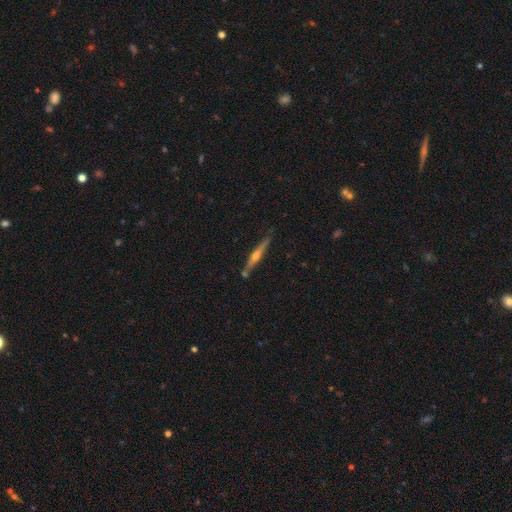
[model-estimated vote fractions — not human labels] A featured or disk galaxy (69%) viewed edge-on (97%) with a rounded central bulge (86%).

Vote fractions:
- Smooth or featured? featured or disk: 69% / smooth: 25% / star or artifact: 6%
- Edge-on disk? yes: 97% / no: 3%
- Edge-on bulge? rounded: 86% / none: 9% / boxy: 6%
- Merging? none: 80% / minor disturbance: 12% / merger: 6% / major disturbance: 2%